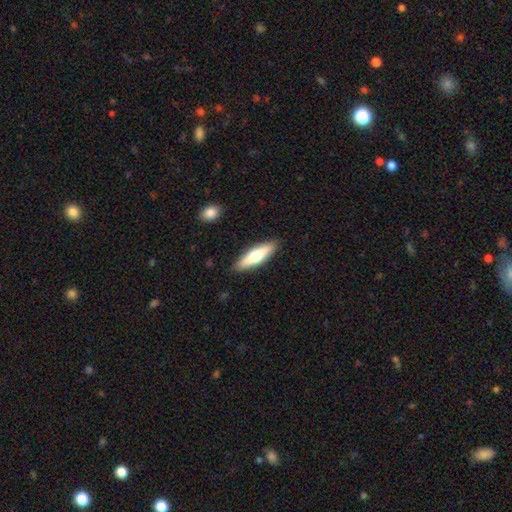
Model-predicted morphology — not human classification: This is possibly a smooth galaxy (59%). How rounded: likely cigar-shaped (63%). Merging: clearly none (88%).